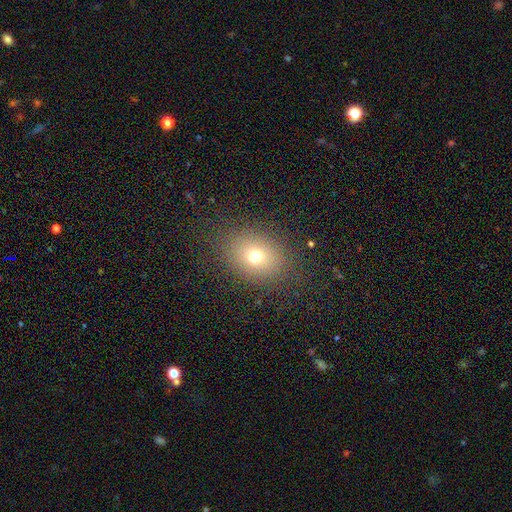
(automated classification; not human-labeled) Smooth or featured? smooth (70%)
How rounded? in between (50%)
Merging? none (82%)